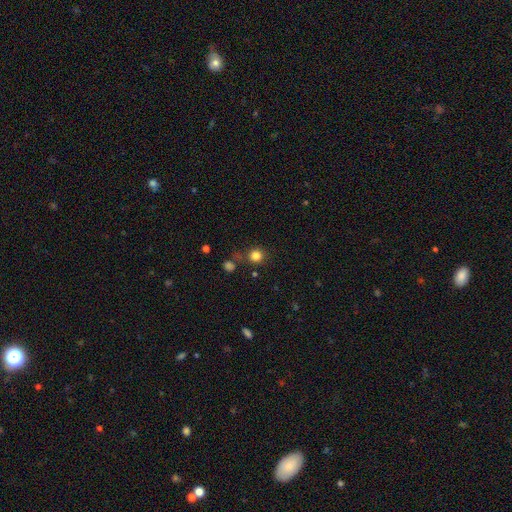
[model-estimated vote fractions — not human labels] smooth_or_featured: smooth (p=0.82) [alt: star or artifact p=0.13]
how_rounded: round (p=0.90) [alt: in between p=0.09]
merging: none (p=0.76) [alt: minor disturbance p=0.11]